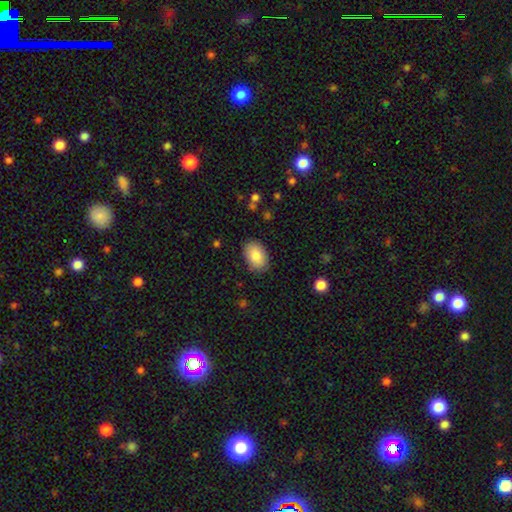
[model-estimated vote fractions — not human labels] Smooth or featured?
  - smooth: 85% *
  - featured or disk: 8%
  - star or artifact: 7%
How rounded?
  - in between: 88% *
  - round: 11%
  - cigar-shaped: 1%
Merging?
  - none: 86% *
  - minor disturbance: 11%
  - major disturbance: 2%
  - merger: 1%